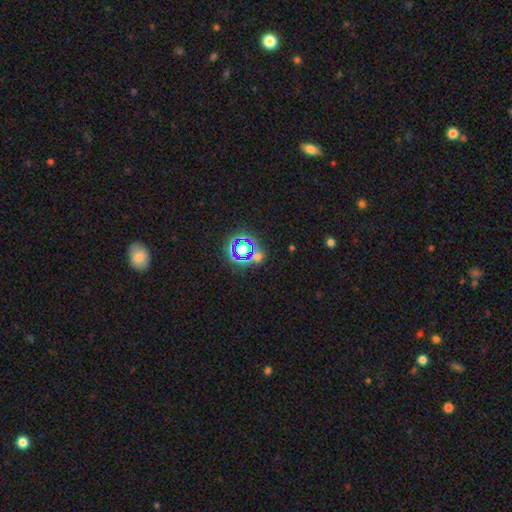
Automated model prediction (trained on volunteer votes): This appears to be a star or artifact, not a galaxy (71%).